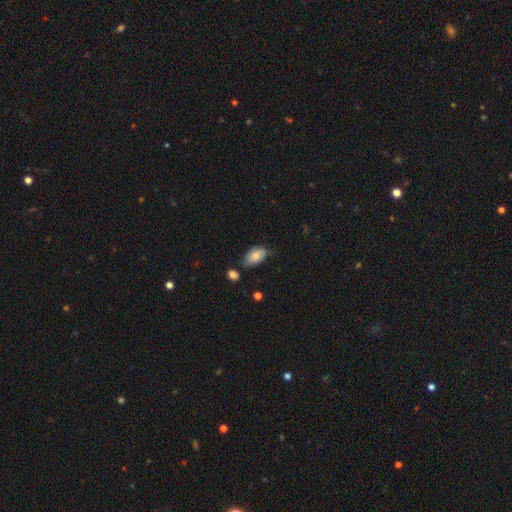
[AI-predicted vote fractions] A smooth galaxy with no disk features (79%) that is in between round and cigar-shaped (93%). Merging: none (60%).